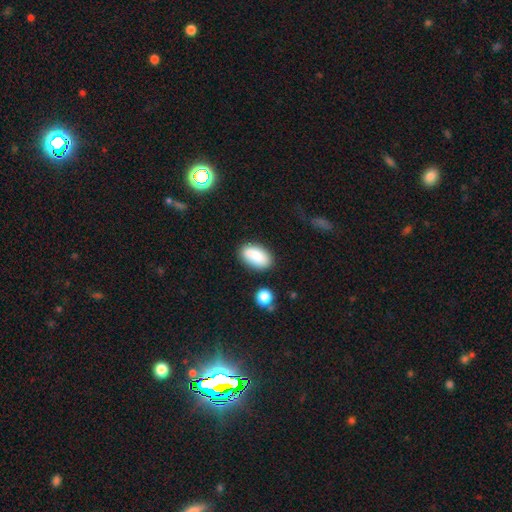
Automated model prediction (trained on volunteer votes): Smooth or featured: smooth — 86% (star or artifact — 7%)
How rounded: in between — 92% (round — 4%)
Merging: none — 80% (minor disturbance — 13%)